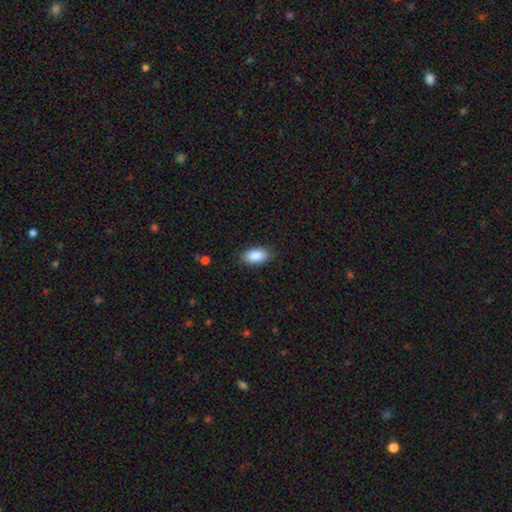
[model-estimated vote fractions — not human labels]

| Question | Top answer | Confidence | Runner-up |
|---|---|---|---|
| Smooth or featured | smooth | 89% | star or artifact (7%) |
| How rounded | in between | 94% | round (3%) |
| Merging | none | 86% | minor disturbance (10%) |